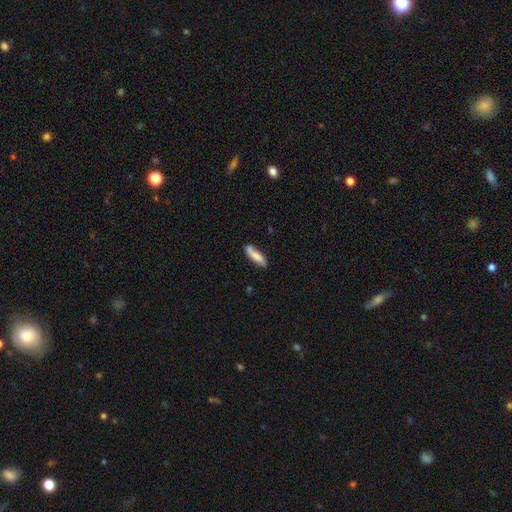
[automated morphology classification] This is likely a smooth galaxy (73%). How rounded: likely cigar-shaped (63%). Merging: likely none (69%).